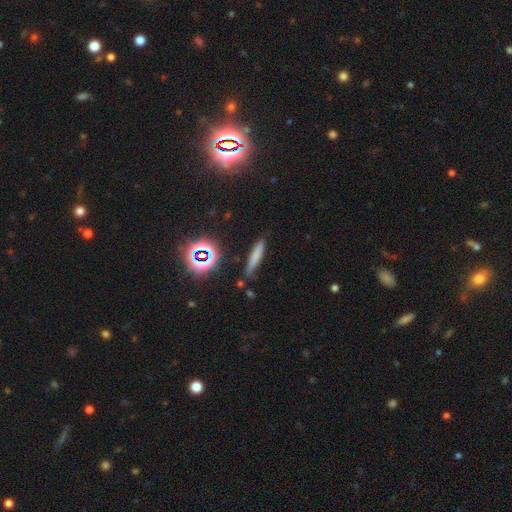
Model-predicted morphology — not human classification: Smooth or featured? Predicted: smooth (p=0.68). How rounded? Predicted: cigar-shaped (p=0.87). Merging? Predicted: none (p=0.79).